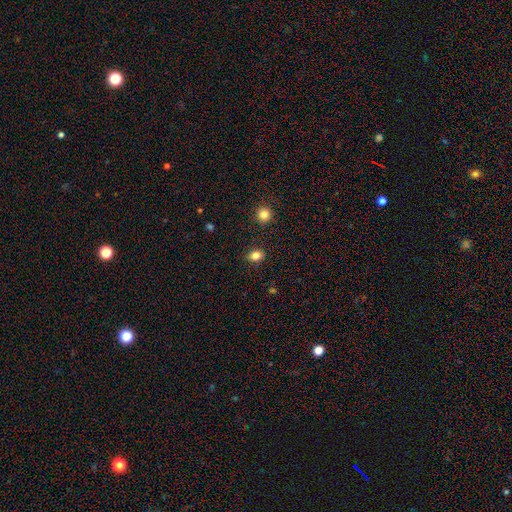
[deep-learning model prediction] Smooth or featured? smooth (82%)
How rounded? in between (56%)
Merging? none (88%)